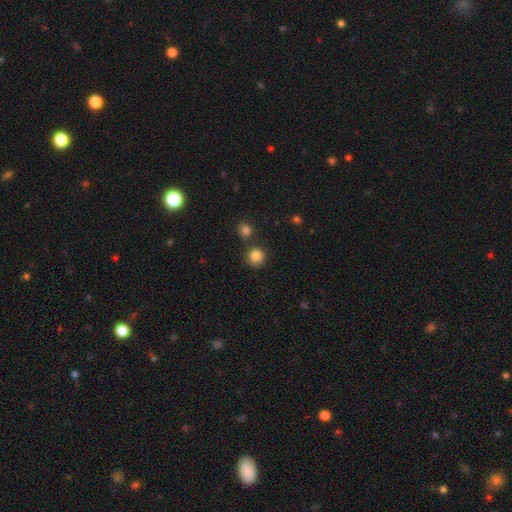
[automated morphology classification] Smooth or featured?
  - smooth: 84% *
  - star or artifact: 12%
  - featured or disk: 5%
How rounded?
  - round: 92% *
  - in between: 7%
  - cigar-shaped: 1%
Merging?
  - none: 79% *
  - merger: 10%
  - minor disturbance: 9%
  - major disturbance: 3%